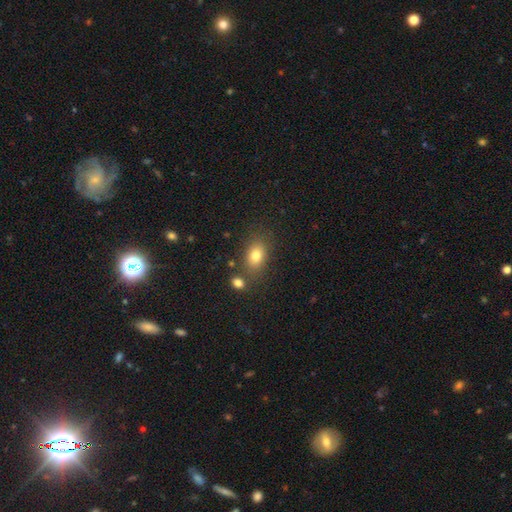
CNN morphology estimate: Smooth or featured?
  - smooth: 79% *
  - star or artifact: 11%
  - featured or disk: 10%
How rounded?
  - in between: 78% *
  - round: 20%
  - cigar-shaped: 2%
Merging?
  - none: 73% *
  - minor disturbance: 13%
  - merger: 10%
  - major disturbance: 4%